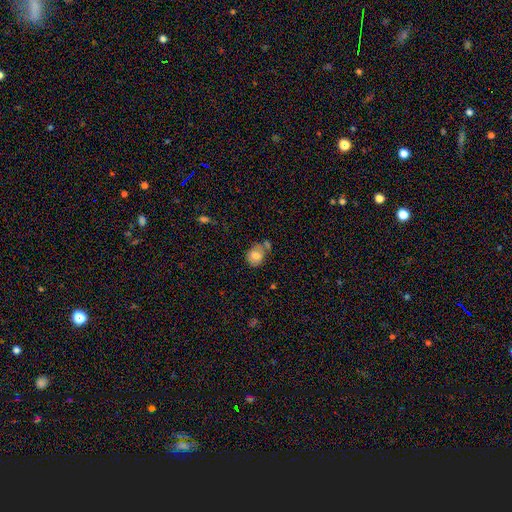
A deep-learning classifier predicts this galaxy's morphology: This appears to be a smooth galaxy with no disk features (77%) that is round (57%). Merging: none (49%).